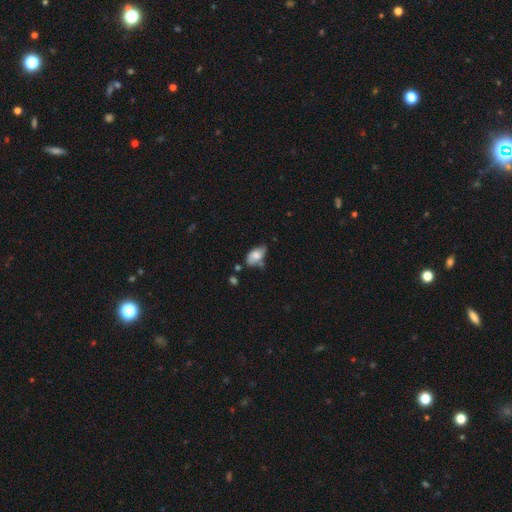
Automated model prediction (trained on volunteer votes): This is likely a smooth galaxy (69%). How rounded: clearly in between (91%). Merging: marginally none (42%).